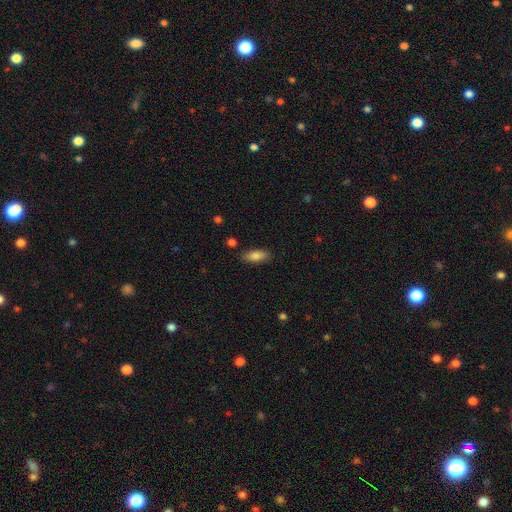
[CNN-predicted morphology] smooth-or-featured: smooth: 81% | featured or disk: 12% | star or artifact: 7%
  how-rounded: in between: 78% | cigar-shaped: 19% | round: 3%
  merging: none: 85% | minor disturbance: 11% | major disturbance: 2% | merger: 2%